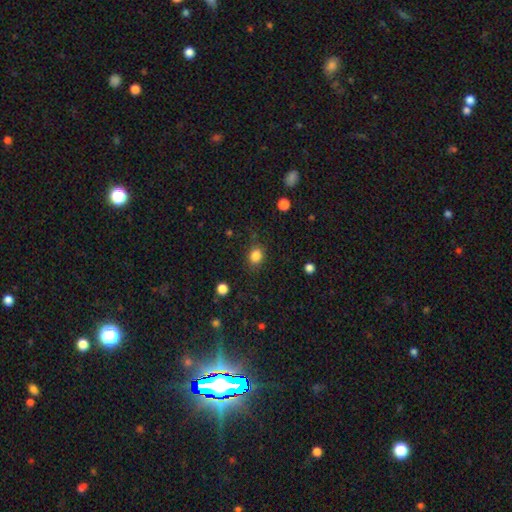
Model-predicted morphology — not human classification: Smooth or featured? Predicted: smooth (p=0.85). How rounded? Predicted: round (p=0.56). Merging? Predicted: none (p=0.81).